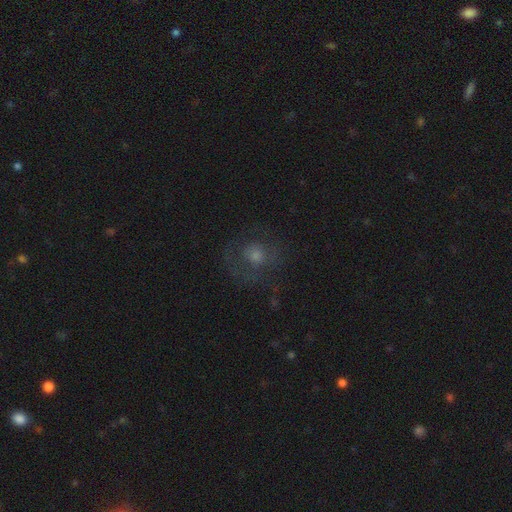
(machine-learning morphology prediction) smooth-or-featured: smooth: 48% | featured or disk: 36% | star or artifact: 16%
  merging: none: 61% | major disturbance: 20% | minor disturbance: 17% | merger: 2%